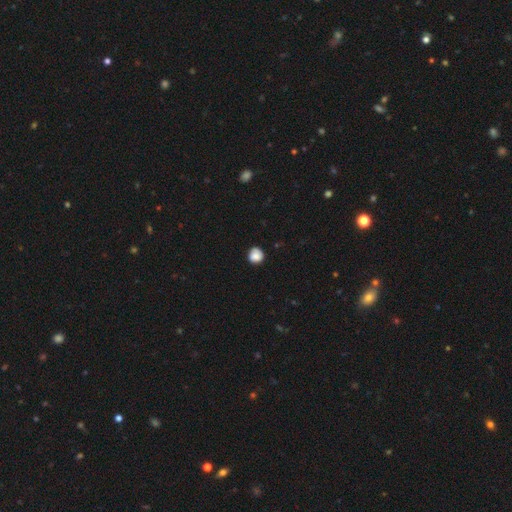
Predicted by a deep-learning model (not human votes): Smooth or featured: smooth — 83% (star or artifact — 9%)
How rounded: round — 90% (in between — 9%)
Merging: none — 78% (minor disturbance — 17%)